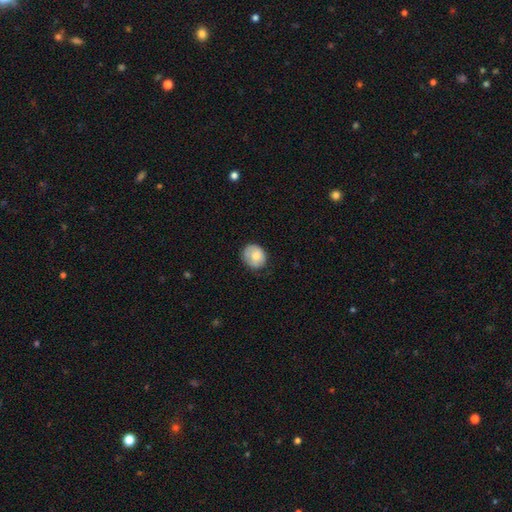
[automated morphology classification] Smooth or featured? smooth (73%)
How rounded? round (69%)
Merging? none (70%)